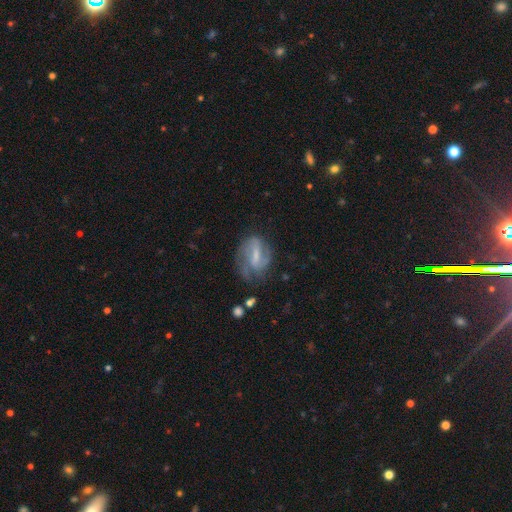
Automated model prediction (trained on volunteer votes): featured or disk 75%, smooth 18%, star or artifact 7%. Down the decision tree: edge-on disk — no (96%); bar — weak (45%); spiral arms — yes (88%); spiral arm count — 2 (53%); spiral winding — medium (45%); bulge size — small (44%); merging — none (54%).